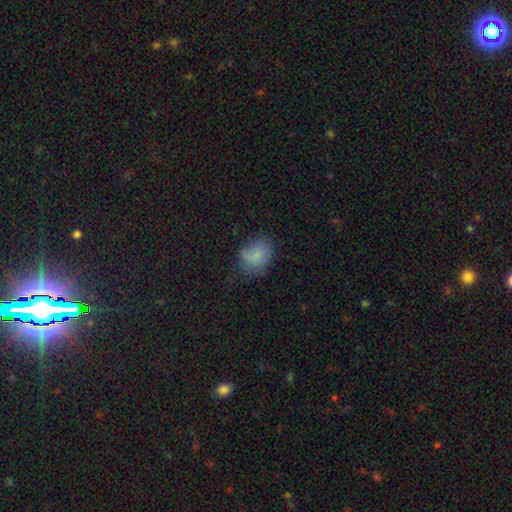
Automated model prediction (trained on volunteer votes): Smooth or featured? smooth (77%)
How rounded? in between (52%)
Merging? none (56%)